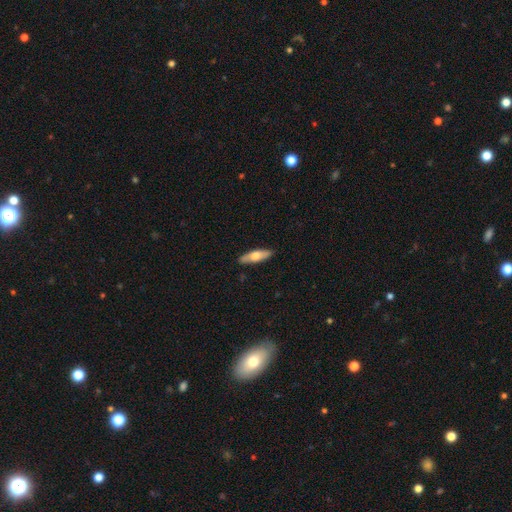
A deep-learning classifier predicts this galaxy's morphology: type=smooth (61%); roundness=cigar-shaped (56%); merging=none (88%).